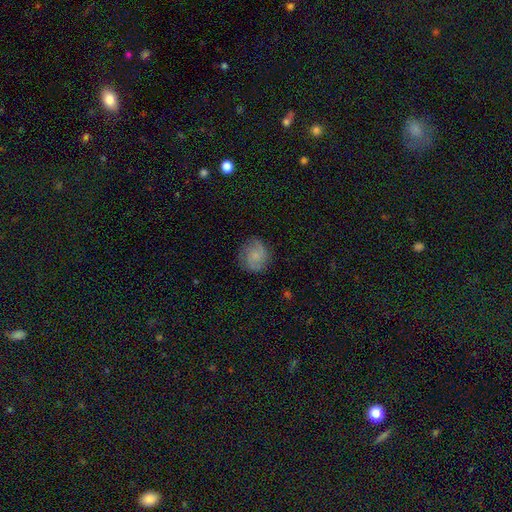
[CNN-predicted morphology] smooth-or-featured: featured or disk: 49% | smooth: 42% | star or artifact: 9%
  merging: none: 77% | minor disturbance: 16% | major disturbance: 6% | merger: 1%